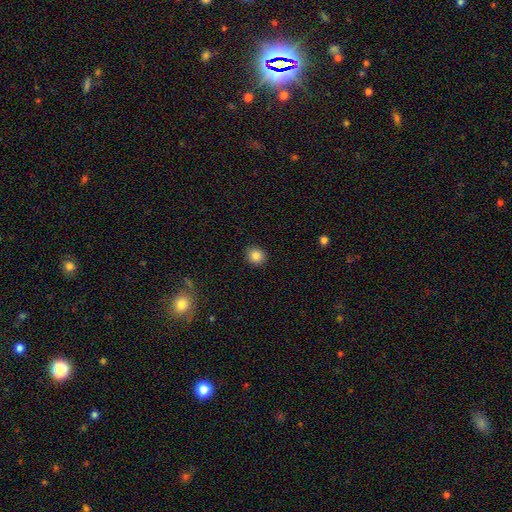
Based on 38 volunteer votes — A smooth galaxy with no disk features (95%) that is round (97%).

Vote fractions:
- Smooth or featured? smooth: 95% / featured or disk: 3% / star or artifact: 3%
- How rounded? round: 97% / in between: 3% / cigar-shaped: 0%
- Merging? none: 95% / minor disturbance: 5% / major disturbance: 0% / merger: 0%